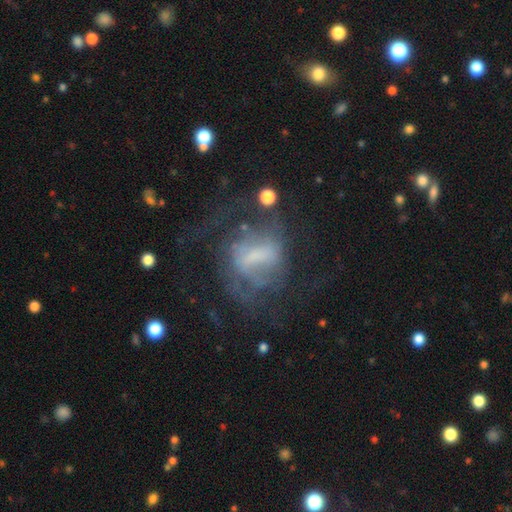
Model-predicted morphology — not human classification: smooth_or_featured: featured or disk (p=0.67) [alt: smooth p=0.20]
disk_edge_on: no (p=0.96) [alt: yes p=0.04]
bar: weak (p=0.42) [alt: strong p=0.31]
has_spiral_arms: yes (p=0.68) [alt: no p=0.32]
bulge_size: none (p=0.34) [alt: small p=0.29]
merging: none (p=0.43) [alt: major disturbance p=0.34]